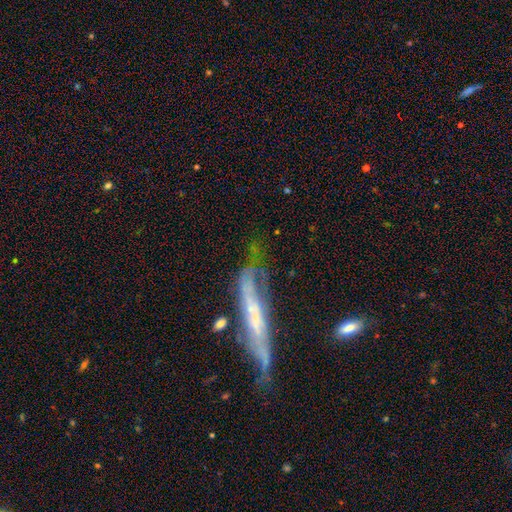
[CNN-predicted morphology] Smooth or featured?
  - featured or disk: 66% *
  - smooth: 25%
  - star or artifact: 9%
Edge-on disk?
  - yes: 54% *
  - no: 46%
Merging?
  - none: 45% *
  - minor disturbance: 25%
  - major disturbance: 21%
  - merger: 9%